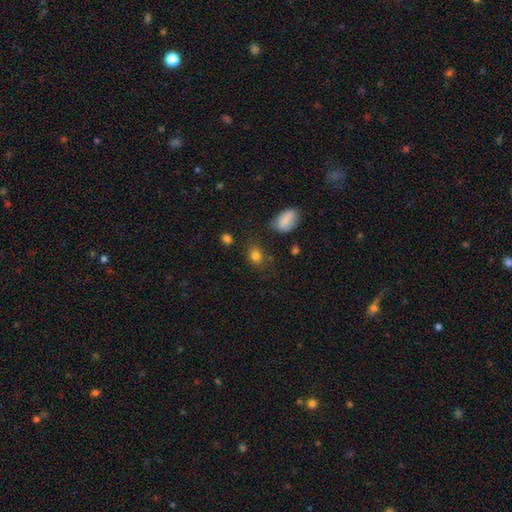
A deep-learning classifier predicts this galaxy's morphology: Smooth or featured? smooth (83%)
How rounded? in between (58%)
Merging? none (74%)